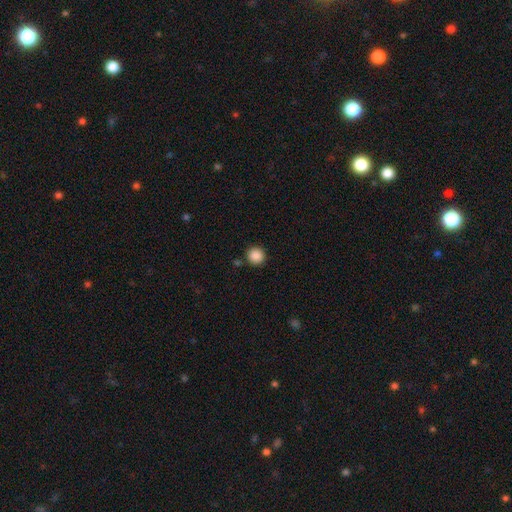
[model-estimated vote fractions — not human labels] Morphology: type=smooth (88%); roundness=round (94%); merging=none (88%).